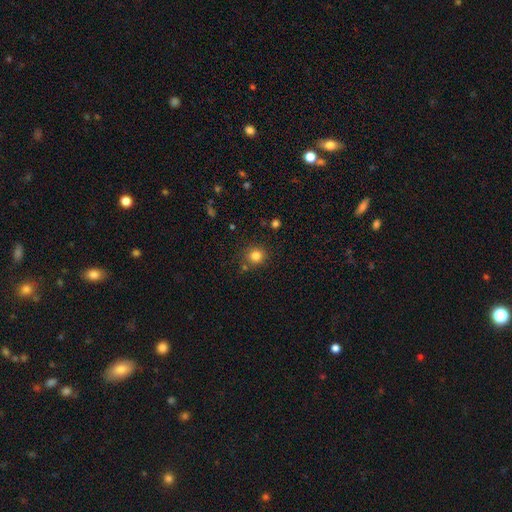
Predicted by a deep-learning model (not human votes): Smooth or featured: smooth — 82% (star or artifact — 13%)
How rounded: round — 90% (in between — 9%)
Merging: none — 83% (minor disturbance — 9%)